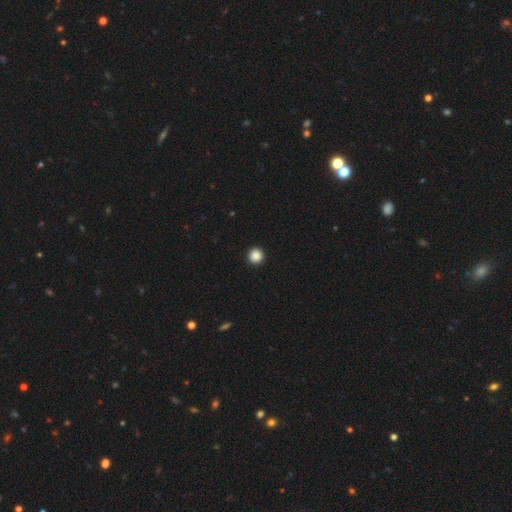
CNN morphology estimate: Smooth or featured: smooth — 88% (star or artifact — 10%)
How rounded: round — 96% (in between — 3%)
Merging: none — 94% (minor disturbance — 4%)